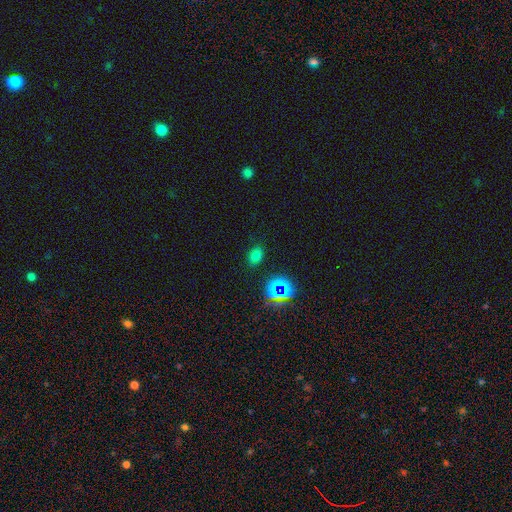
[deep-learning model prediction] Smooth or featured: smooth — 68% (star or artifact — 26%)
How rounded: in between — 68% (round — 30%)
Merging: none — 84% (minor disturbance — 10%)